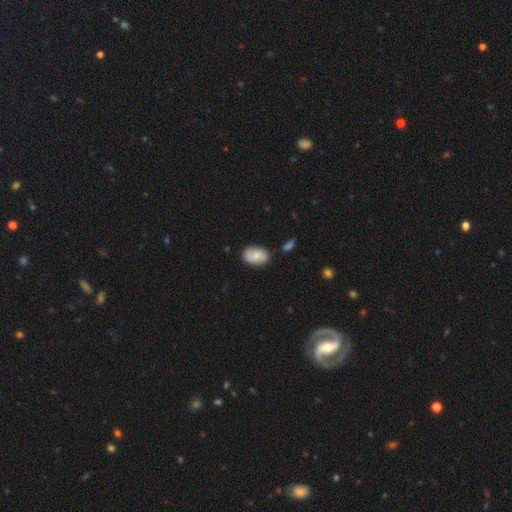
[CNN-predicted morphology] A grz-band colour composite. It shows a smooth galaxy with no disk features (68%) that is in between round and cigar-shaped (90%). Merging: none (75%).